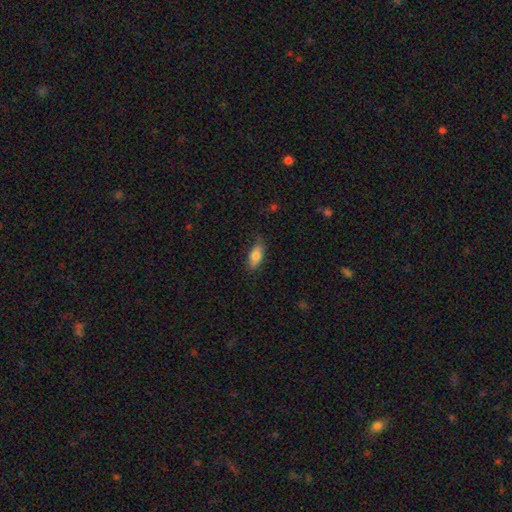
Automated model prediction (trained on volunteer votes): smooth_or_featured: smooth (p=0.78) [alt: featured or disk p=0.15]
how_rounded: in between (p=0.81) [alt: cigar-shaped p=0.16]
merging: none (p=0.77) [alt: minor disturbance p=0.18]